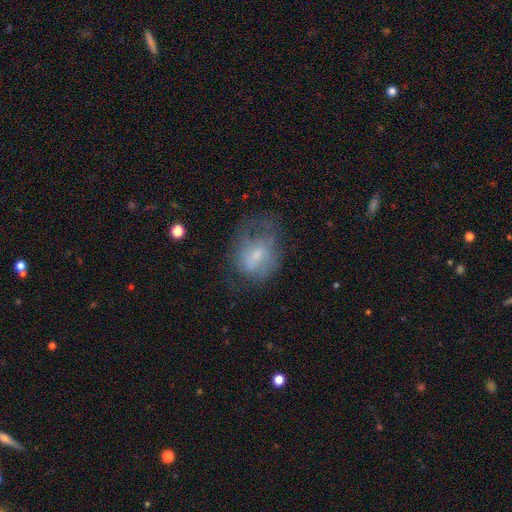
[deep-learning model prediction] Smooth or featured?
  - featured or disk: 45% *
  - smooth: 44%
  - star or artifact: 11%
Merging?
  - none: 42% *
  - major disturbance: 28%
  - minor disturbance: 27%
  - merger: 2%